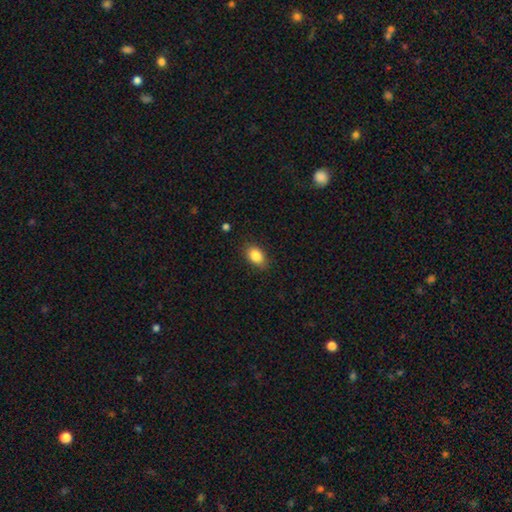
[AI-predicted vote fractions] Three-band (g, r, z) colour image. It shows a smooth galaxy with no disk features (85%) that is in between round and cigar-shaped (83%). Merging: none (84%).